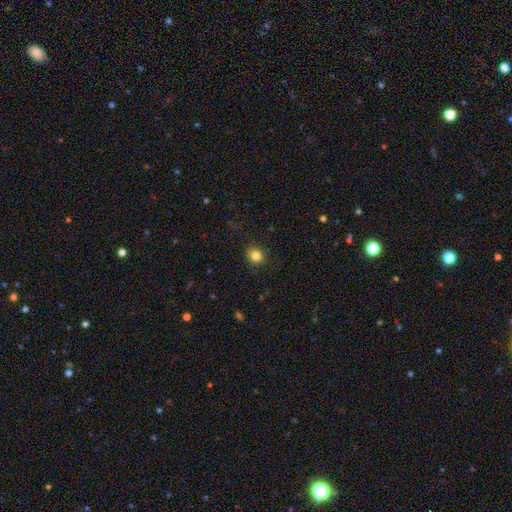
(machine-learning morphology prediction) A smooth galaxy with no disk features (82%) that is round (84%). Merging: none (86%).